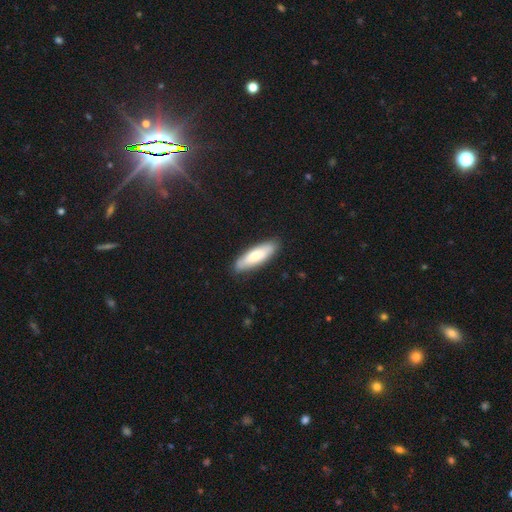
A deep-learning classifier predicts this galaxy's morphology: smooth 69%, featured or disk 26%, star or artifact 5%. Down the decision tree: how rounded — cigar-shaped (49%, tied with in between); merging — none (87%).